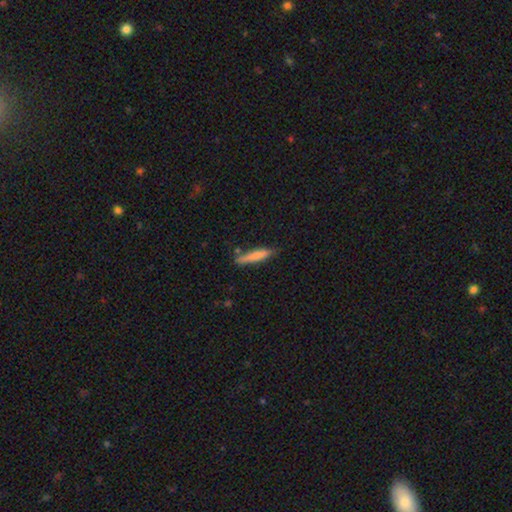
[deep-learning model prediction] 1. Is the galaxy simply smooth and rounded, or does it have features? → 78% smooth, 16% featured or disk, 6% star or artifact.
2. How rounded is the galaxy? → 89% cigar-shaped, 10% in between, 1% round.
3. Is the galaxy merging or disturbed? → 73% none, 18% minor disturbance, 5% merger, 4% major disturbance.